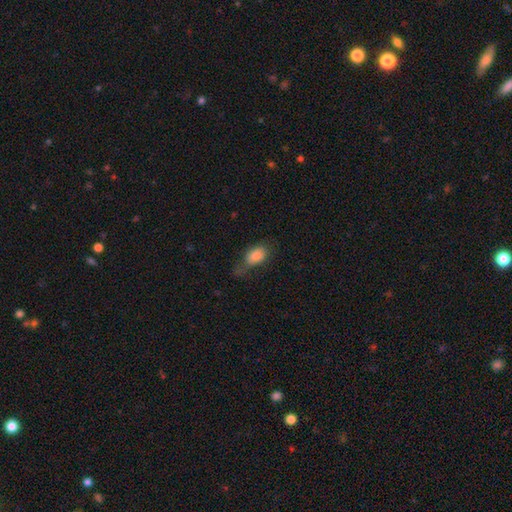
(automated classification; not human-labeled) Q: Smooth or featured?
A: smooth (84%); runner-up: star or artifact (8%)
Q: How rounded?
A: in between (87%); runner-up: round (9%)
Q: Merging?
A: none (38%); runner-up: minor disturbance (32%)